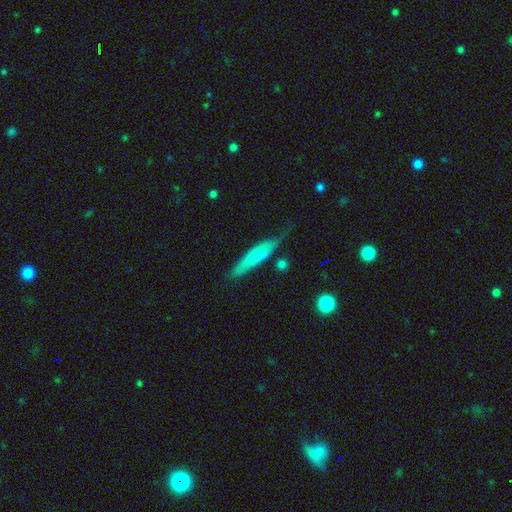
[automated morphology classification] Smooth or featured? Predicted: smooth (p=0.66). How rounded? Predicted: cigar-shaped (p=0.81). Merging? Predicted: none (p=0.60).